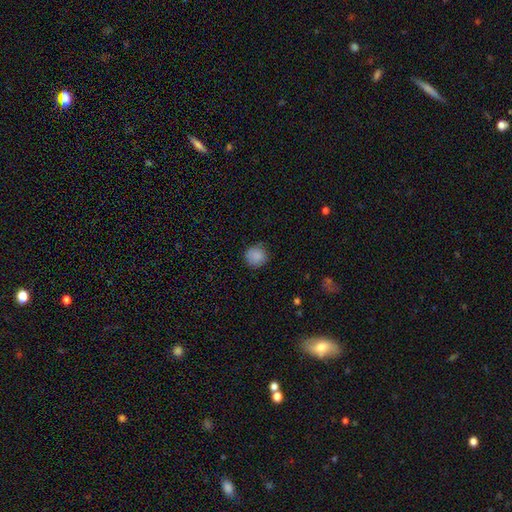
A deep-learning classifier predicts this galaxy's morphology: Smooth or featured: smooth — 87% (star or artifact — 9%)
How rounded: round — 91% (in between — 8%)
Merging: none — 83% (minor disturbance — 13%)